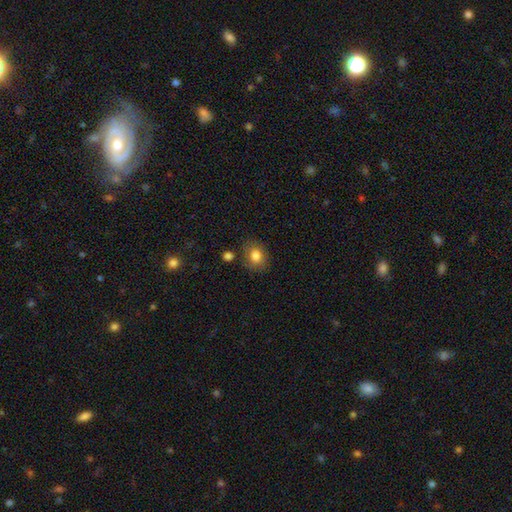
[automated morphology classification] Smooth or featured? Predicted: smooth (p=0.82). How rounded? Predicted: round (p=0.52). Merging? Predicted: none (p=0.78).